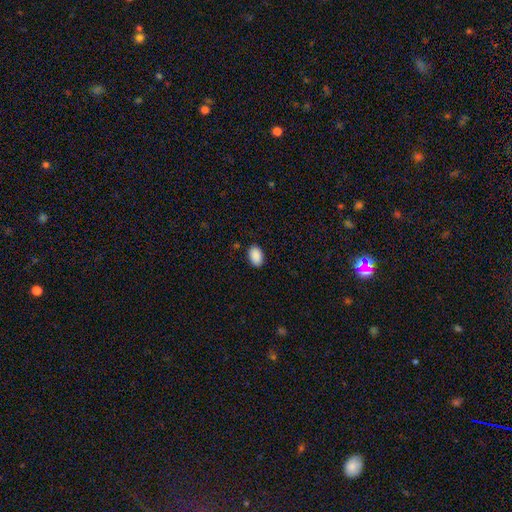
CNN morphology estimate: This appears to be a smooth galaxy with no disk features (90%) that is in between round and cigar-shaped (90%). Merging: none (88%).